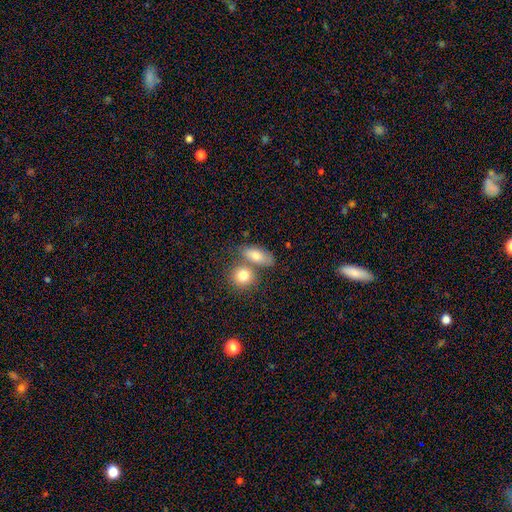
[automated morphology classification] Smooth or featured? smooth (78%)
How rounded? in between (75%)
Merging? none (48%)